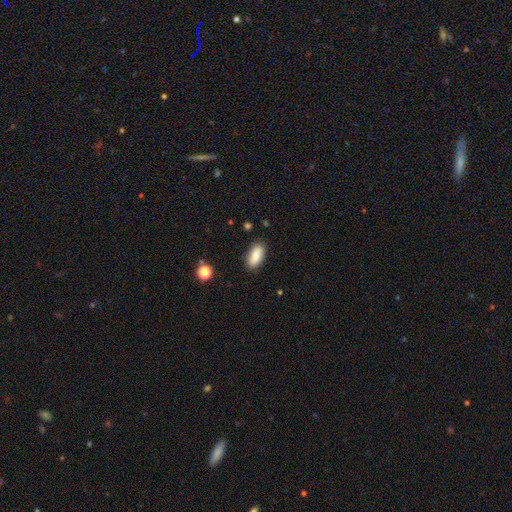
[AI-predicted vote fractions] Smooth or featured?
  - smooth: 85% *
  - featured or disk: 8%
  - star or artifact: 7%
How rounded?
  - in between: 88% *
  - cigar-shaped: 9%
  - round: 3%
Merging?
  - none: 85% *
  - minor disturbance: 11%
  - major disturbance: 2%
  - merger: 1%